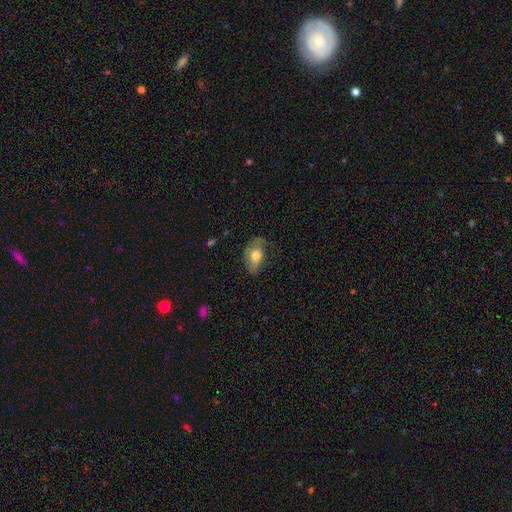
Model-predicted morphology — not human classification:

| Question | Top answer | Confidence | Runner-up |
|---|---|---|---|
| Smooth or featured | smooth | 70% | featured or disk (23%) |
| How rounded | in between | 86% | round (12%) |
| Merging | none | 41% | minor disturbance (35%) |